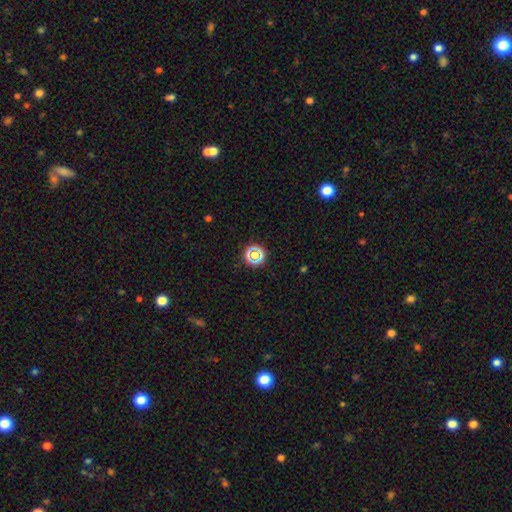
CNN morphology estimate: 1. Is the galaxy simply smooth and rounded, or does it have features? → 59% star or artifact, 31% smooth, 10% featured or disk.